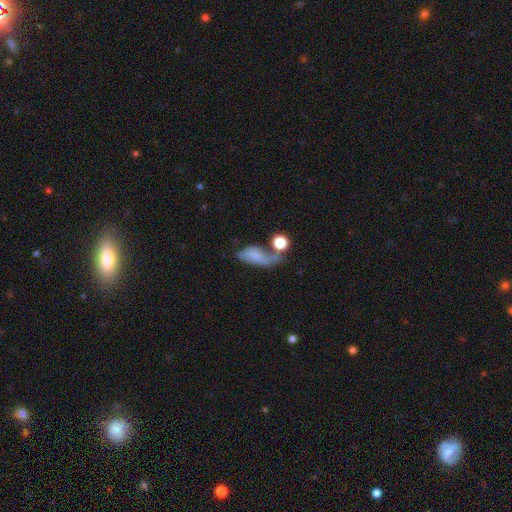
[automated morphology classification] Smooth or featured: smooth — 56% (featured or disk — 33%)
How rounded: in between — 78% (round — 12%)
Merging: major disturbance — 29% (none — 26%)